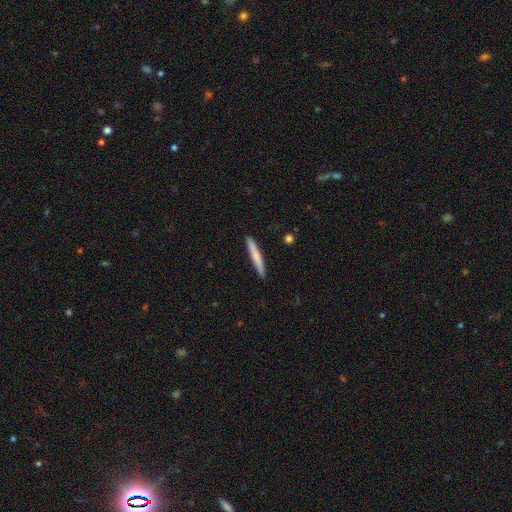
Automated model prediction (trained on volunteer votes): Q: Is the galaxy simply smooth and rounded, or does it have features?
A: smooth — 72%.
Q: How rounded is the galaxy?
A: cigar-shaped — 96%.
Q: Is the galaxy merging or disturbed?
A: none — 91%.